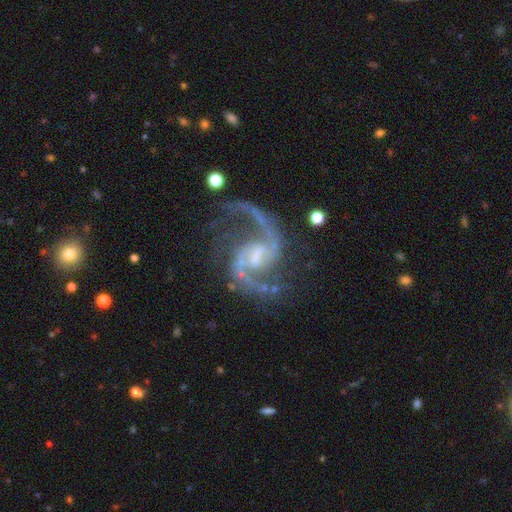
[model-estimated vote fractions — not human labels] smooth-or-featured: featured or disk: 93% | star or artifact: 5% | smooth: 2%
  disk-edge-on: no: 98% | yes: 2%
    bar: weak: 58% | no: 22% | strong: 19%
    has-spiral-arms: yes: 98% | no: 2%
      spiral-winding: medium: 50% | loose: 42% | tight: 8%
      spiral-arm-count: 2: 93% | 1: 2% | can't tell: 2% | 3: 2% | 4: 1% | more than 4: 1%
    bulge-size: small: 42% | moderate: 30% | none: 23% | large: 4% | dominant: 1%
  merging: none: 67% | minor disturbance: 16% | major disturbance: 14% | merger: 3%